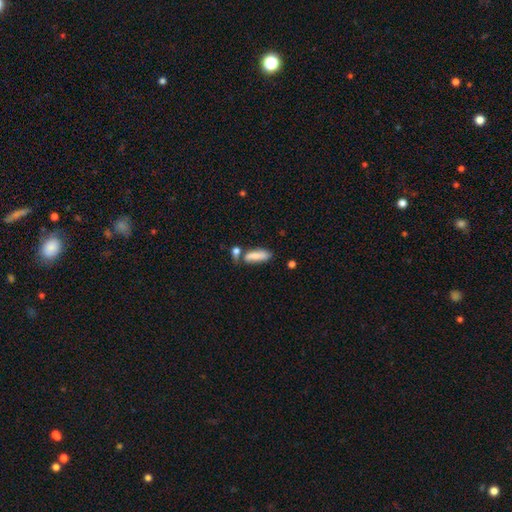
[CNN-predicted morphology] Q: Smooth or featured?
A: smooth (77%); runner-up: featured or disk (16%)
Q: How rounded?
A: in between (63%); runner-up: cigar-shaped (34%)
Q: Merging?
A: none (46%); runner-up: merger (23%)